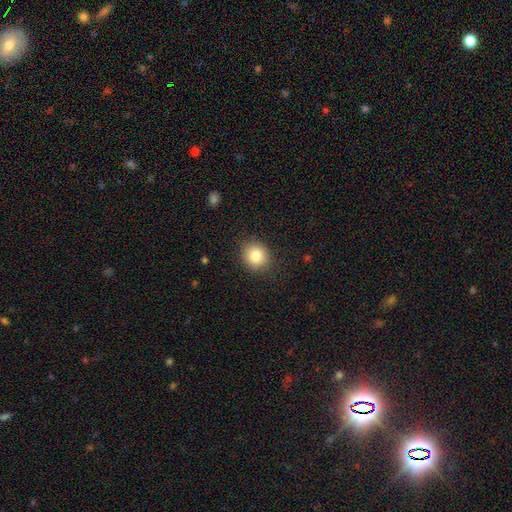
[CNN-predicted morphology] Smooth or featured: smooth — 84% (star or artifact — 10%)
How rounded: round — 79% (in between — 20%)
Merging: none — 88% (minor disturbance — 9%)